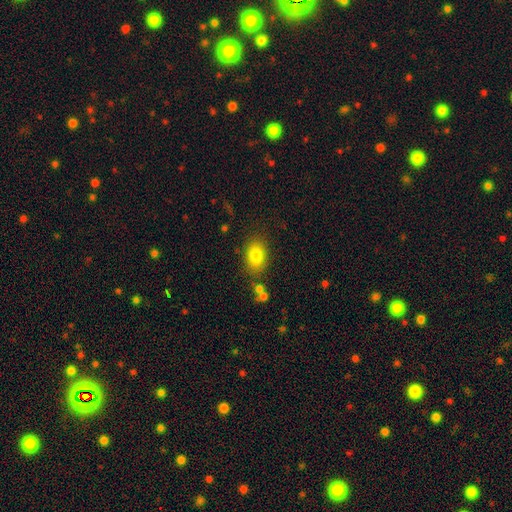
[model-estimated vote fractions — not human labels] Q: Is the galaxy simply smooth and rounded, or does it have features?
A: smooth — 80%.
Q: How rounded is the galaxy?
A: in between — 74%.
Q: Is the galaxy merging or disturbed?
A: none — 80%.